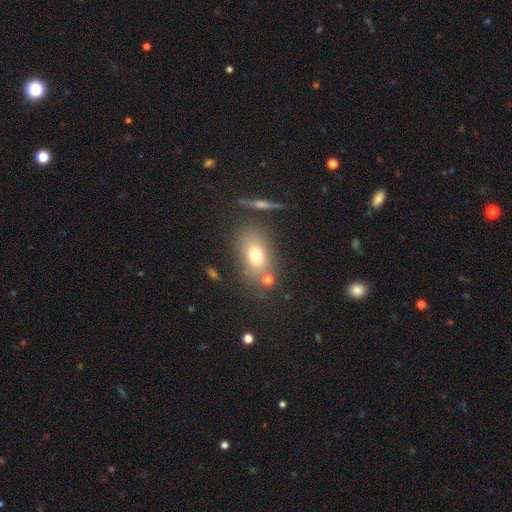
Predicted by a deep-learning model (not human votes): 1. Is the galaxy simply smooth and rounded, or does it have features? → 70% smooth, 17% featured or disk, 13% star or artifact.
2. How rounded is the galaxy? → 77% in between, 18% round, 4% cigar-shaped.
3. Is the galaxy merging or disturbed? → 71% none, 13% minor disturbance, 10% merger, 6% major disturbance.